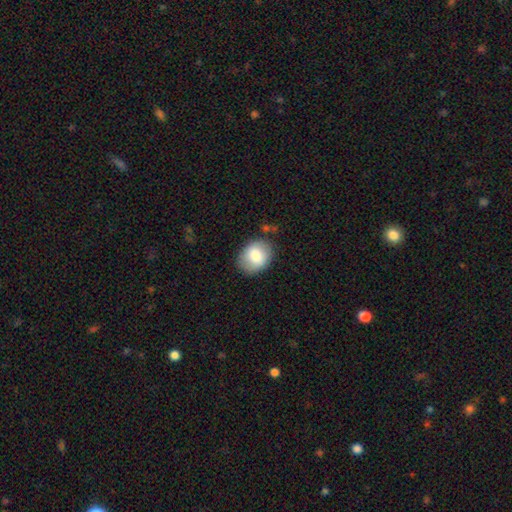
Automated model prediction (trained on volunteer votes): Smooth or featured: smooth — 81% (featured or disk — 12%)
How rounded: in between — 60% (round — 39%)
Merging: none — 80% (minor disturbance — 14%)